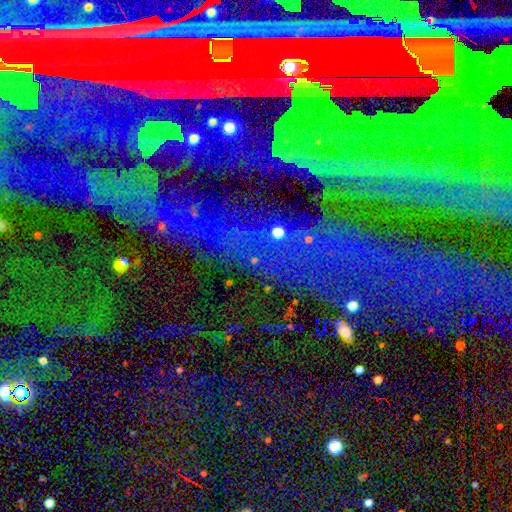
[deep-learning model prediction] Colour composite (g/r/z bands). It shows a star or artifact, not a galaxy (80%).